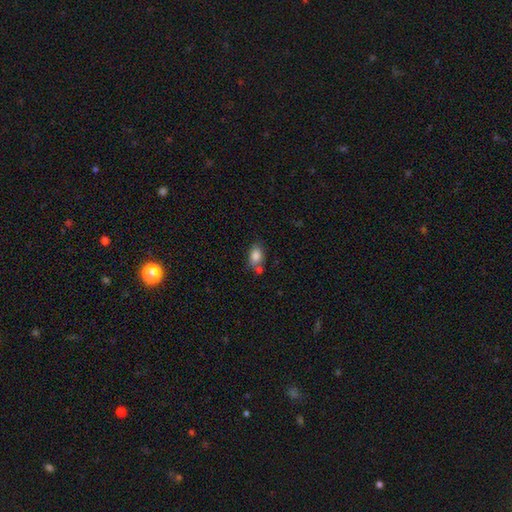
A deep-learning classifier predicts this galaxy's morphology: type=smooth (83%); roundness=in between (83%); merging=none (56%).